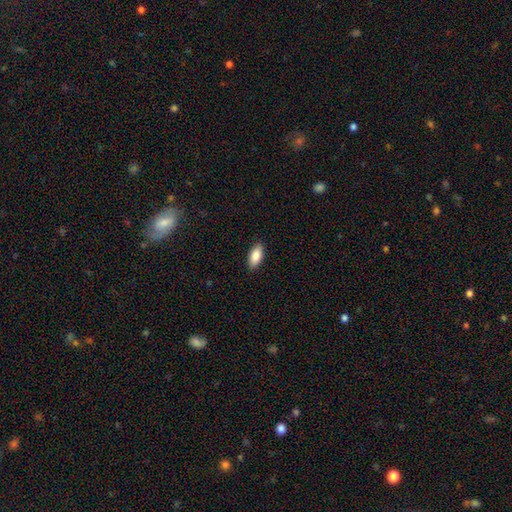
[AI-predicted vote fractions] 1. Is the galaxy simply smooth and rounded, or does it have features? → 88% smooth, 6% star or artifact, 6% featured or disk.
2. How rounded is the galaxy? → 91% in between, 7% cigar-shaped, 2% round.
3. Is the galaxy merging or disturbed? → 89% none, 8% minor disturbance, 2% major disturbance, 1% merger.